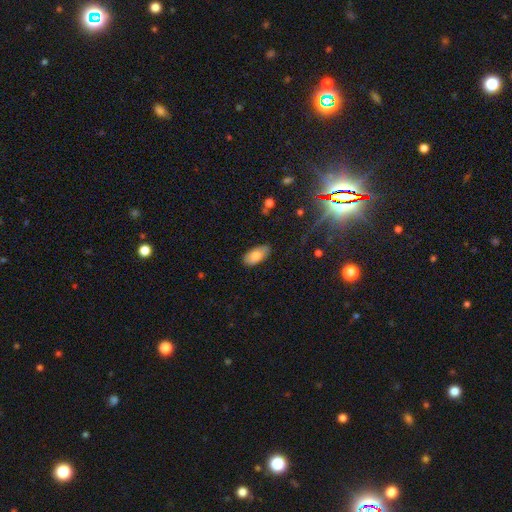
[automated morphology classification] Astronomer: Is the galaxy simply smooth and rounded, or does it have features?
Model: smooth — 80%.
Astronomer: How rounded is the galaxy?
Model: in between — 92%.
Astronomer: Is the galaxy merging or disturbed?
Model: none — 82%.